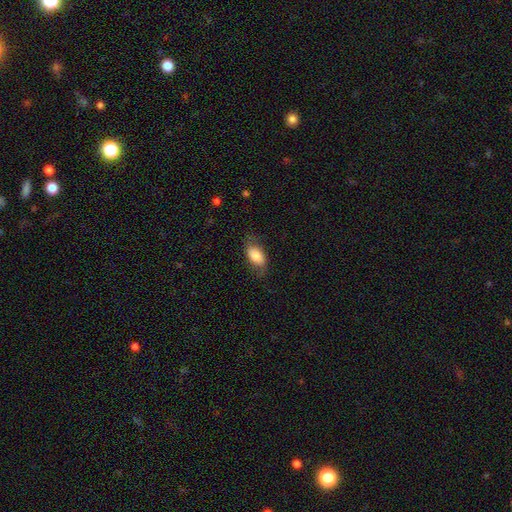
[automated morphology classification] Smooth or featured? Predicted: smooth (p=0.79). How rounded? Predicted: in between (p=0.91). Merging? Predicted: none (p=0.68).